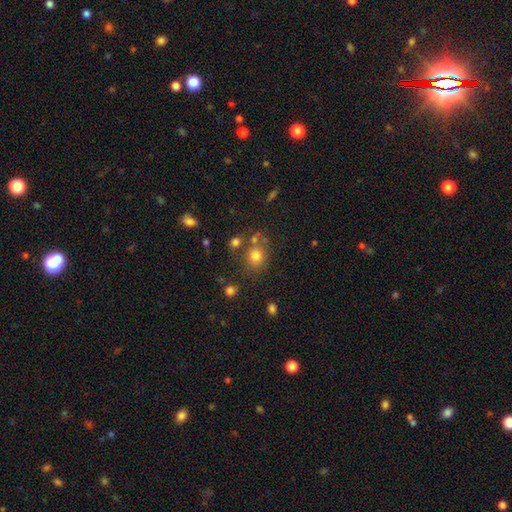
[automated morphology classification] Q: Smooth or featured?
A: smooth (76%); runner-up: star or artifact (15%)
Q: How rounded?
A: round (79%); runner-up: in between (21%)
Q: Merging?
A: none (68%); runner-up: merger (14%)